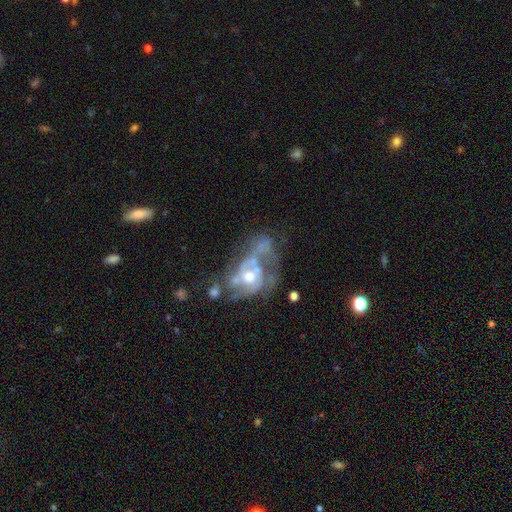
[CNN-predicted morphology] Smooth or featured?
  - featured or disk: 72% *
  - smooth: 15%
  - star or artifact: 13%
Edge-on disk?
  - no: 96% *
  - yes: 4%
Bar?
  - no: 72% *
  - weak: 22%
  - strong: 7%
Spiral arms?
  - yes: 63% *
  - no: 37%
Bulge size?
  - moderate: 56% *
  - small: 33%
  - large: 5%
  - none: 4%
  - dominant: 2%
Merging?
  - merger: 34% *
  - major disturbance: 27%
  - none: 25%
  - minor disturbance: 14%